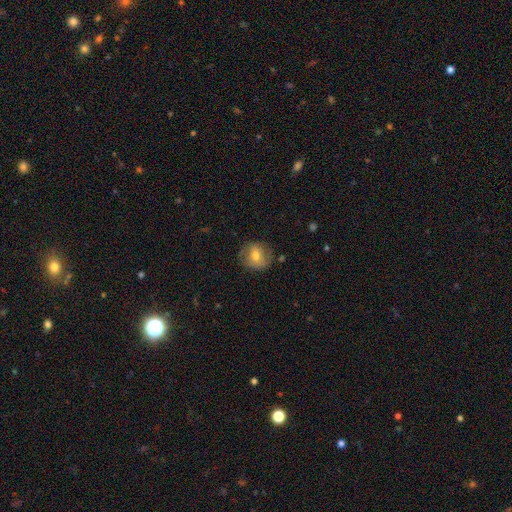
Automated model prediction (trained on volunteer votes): Overall: smooth (62%; featured or disk 30%). How rounded: round (76%). Merging: none (74%).